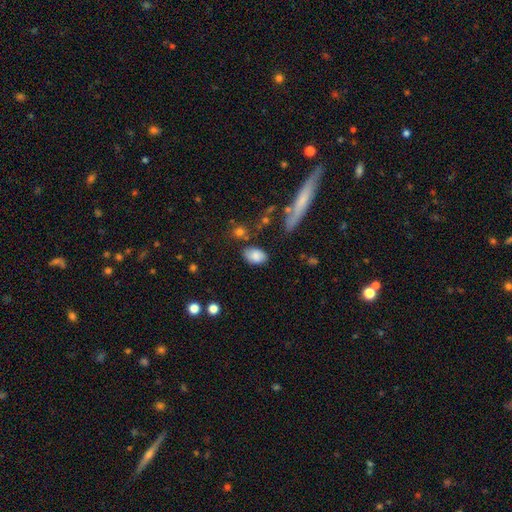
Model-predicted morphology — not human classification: smooth 82%, featured or disk 10%, star or artifact 8%. Down the decision tree: how rounded — in between (88%); merging — none (74%).